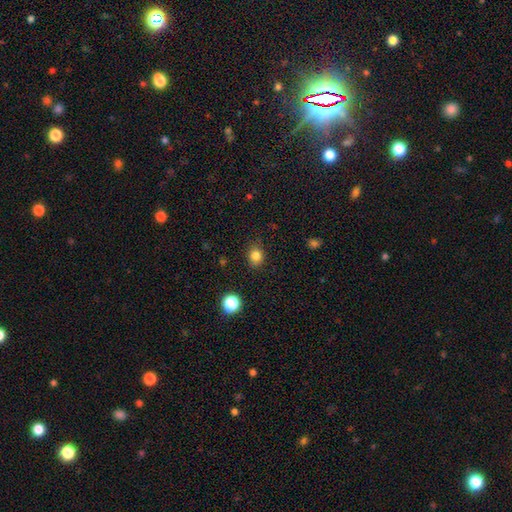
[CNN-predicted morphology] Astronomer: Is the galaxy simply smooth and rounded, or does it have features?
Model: smooth — 82%.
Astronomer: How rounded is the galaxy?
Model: round — 70%.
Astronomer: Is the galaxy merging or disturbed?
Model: none — 85%.